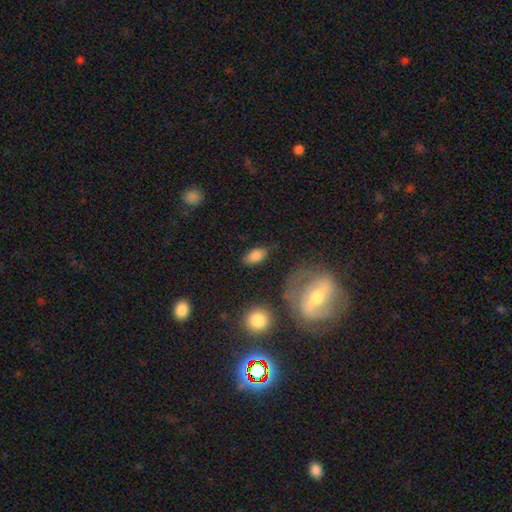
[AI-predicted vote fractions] smooth-or-featured: smooth: 78% | featured or disk: 14% | star or artifact: 8%
  how-rounded: in between: 89% | round: 6% | cigar-shaped: 5%
  merging: none: 70% | minor disturbance: 19% | major disturbance: 7% | merger: 4%